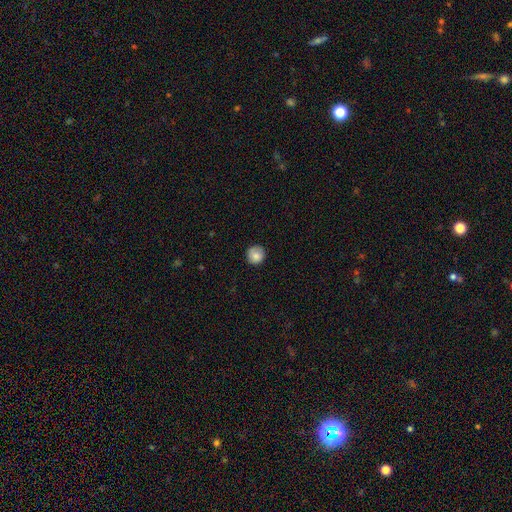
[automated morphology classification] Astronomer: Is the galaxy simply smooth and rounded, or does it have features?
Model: smooth — 82%.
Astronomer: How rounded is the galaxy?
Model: round — 94%.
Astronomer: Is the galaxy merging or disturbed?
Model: none — 85%.